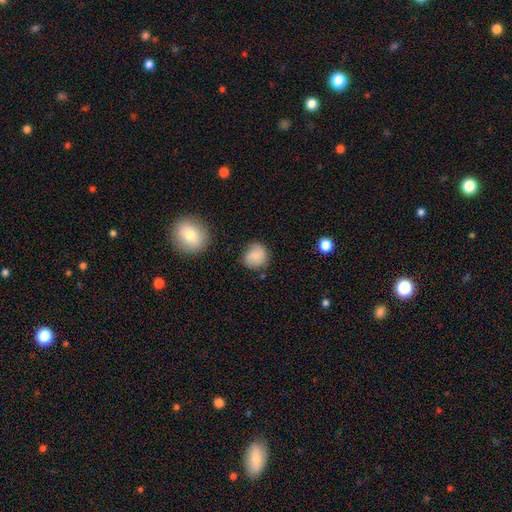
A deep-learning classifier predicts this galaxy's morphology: type=smooth (78%); roundness=round (82%); merging=none (72%).